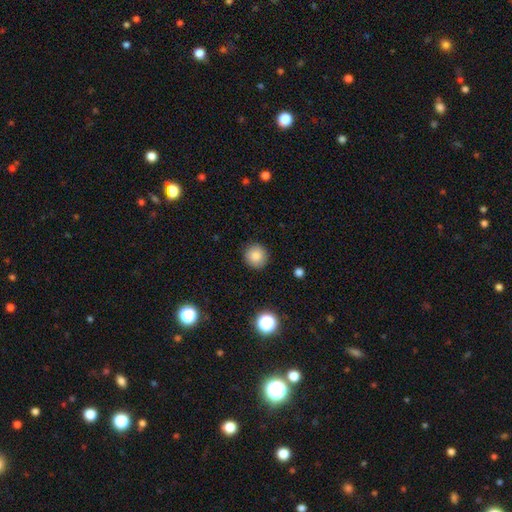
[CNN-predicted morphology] type=smooth (86%); roundness=round (94%); merging=none (91%).